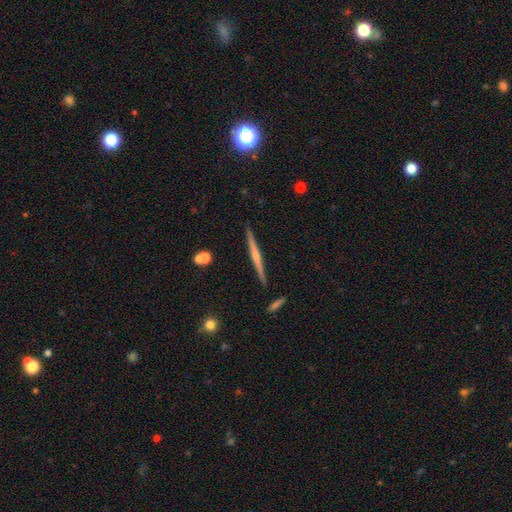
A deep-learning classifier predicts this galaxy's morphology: type=featured or disk (67%); edge-on=yes (98%); edge-on bulge=rounded (55%); merging=none (91%).